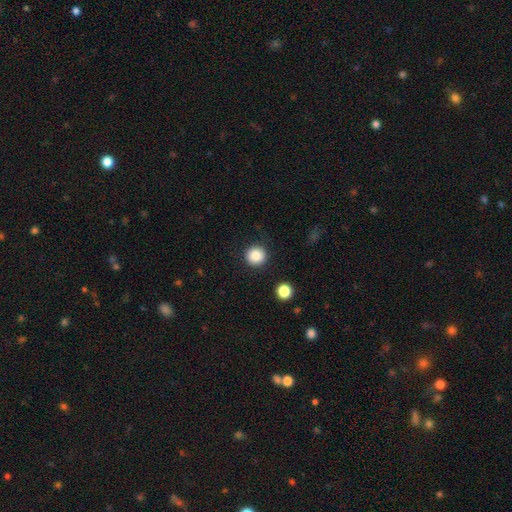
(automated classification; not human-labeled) This appears to be a smooth galaxy with no disk features (86%) that is round (95%). Merging: none (90%).